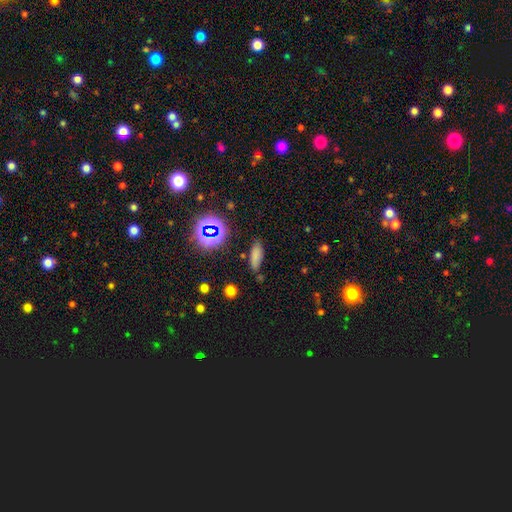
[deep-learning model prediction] Smooth or featured? Predicted: smooth (p=0.71). How rounded? Predicted: in between (p=0.63). Merging? Predicted: none (p=0.75).